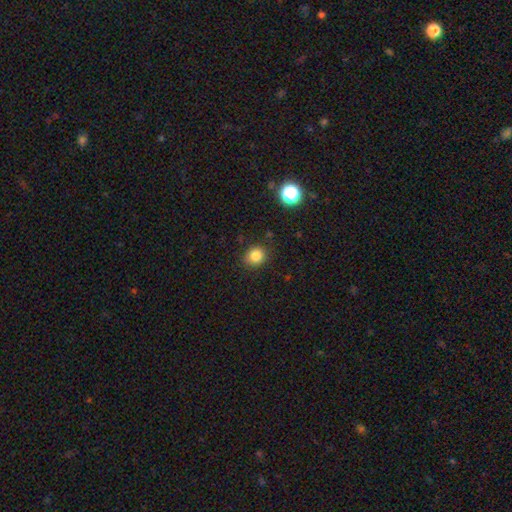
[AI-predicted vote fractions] Smooth or featured? Predicted: smooth (p=0.83). How rounded? Predicted: round (p=0.74). Merging? Predicted: none (p=0.85).